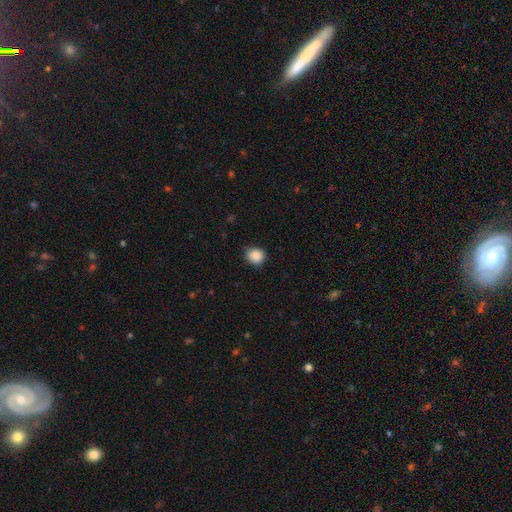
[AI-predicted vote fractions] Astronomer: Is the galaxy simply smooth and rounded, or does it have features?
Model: smooth — 88%.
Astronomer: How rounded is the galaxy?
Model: round — 81%.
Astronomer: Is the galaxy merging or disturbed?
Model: none — 81%.